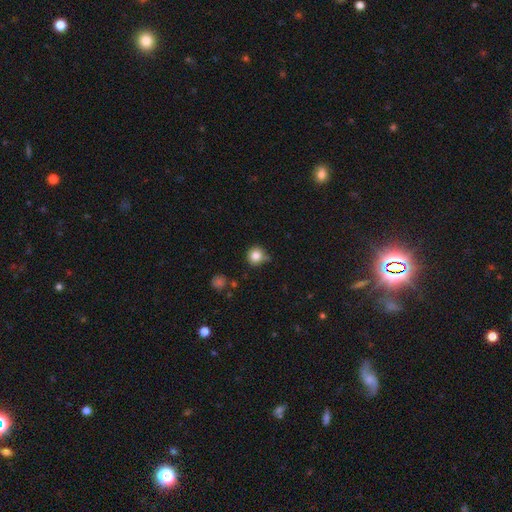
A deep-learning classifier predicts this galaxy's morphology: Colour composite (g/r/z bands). It shows a smooth galaxy with no disk features (83%) that is round (91%). Merging: none (70%).